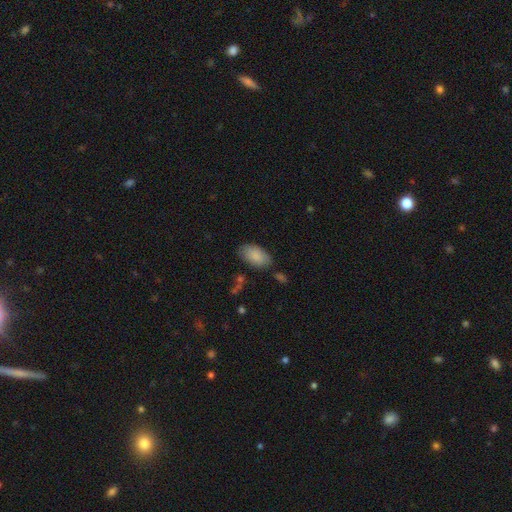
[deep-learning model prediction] A smooth galaxy with no disk features (88%) that is in between round and cigar-shaped (95%).

Vote fractions:
- Smooth or featured? smooth: 88% / star or artifact: 6% / featured or disk: 6%
- How rounded? in between: 95% / round: 3% / cigar-shaped: 2%
- Merging? none: 77% / minor disturbance: 16% / major disturbance: 4% / merger: 4%